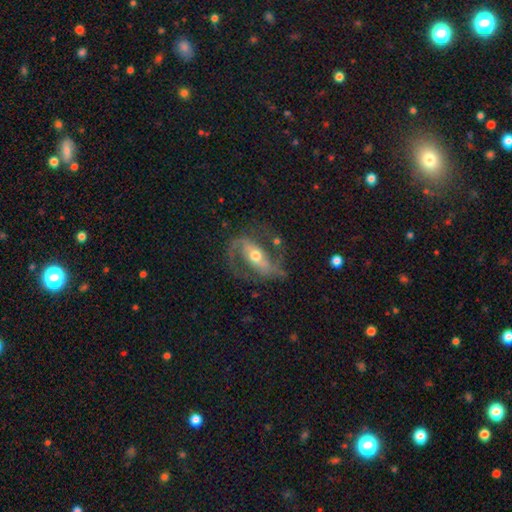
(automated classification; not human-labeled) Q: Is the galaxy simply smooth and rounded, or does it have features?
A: featured or disk — 87%.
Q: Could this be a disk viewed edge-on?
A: no — 96%.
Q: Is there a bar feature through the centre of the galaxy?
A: strong — 40%.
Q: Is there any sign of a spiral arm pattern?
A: yes — 94%.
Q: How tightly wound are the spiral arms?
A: medium — 50%.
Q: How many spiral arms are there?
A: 2 — 90%.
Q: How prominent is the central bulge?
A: moderate — 70%.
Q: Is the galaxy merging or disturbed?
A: none — 71%.